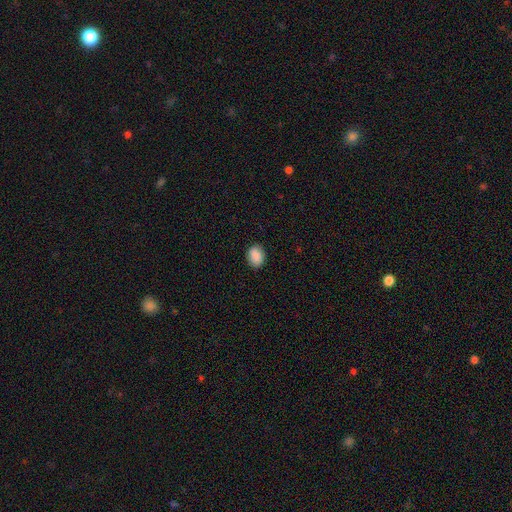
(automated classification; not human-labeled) This is clearly a smooth galaxy (88%). How rounded: likely in between (70%). Merging: clearly none (87%).